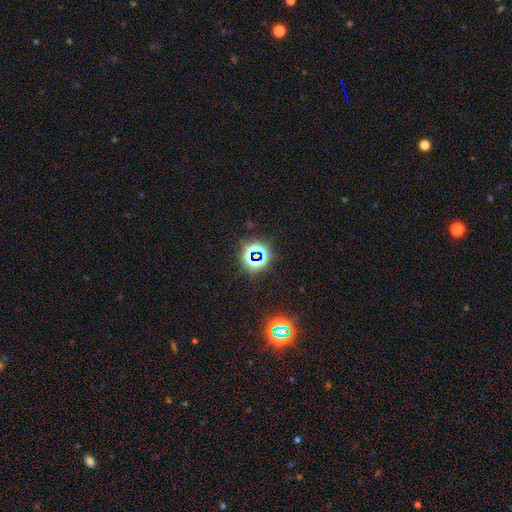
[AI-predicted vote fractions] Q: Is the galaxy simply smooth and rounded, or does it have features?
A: star or artifact — 74%.